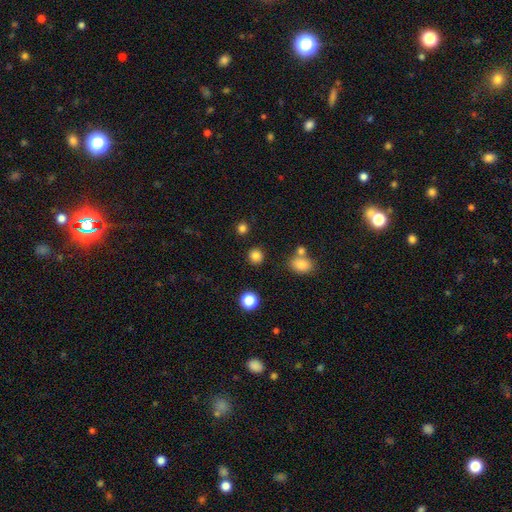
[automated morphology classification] The model was most divided on "smooth or featured": smooth: 83%, star or artifact: 13%, featured or disk: 4%. More confident: how rounded — round (91%); merging — none (88%).